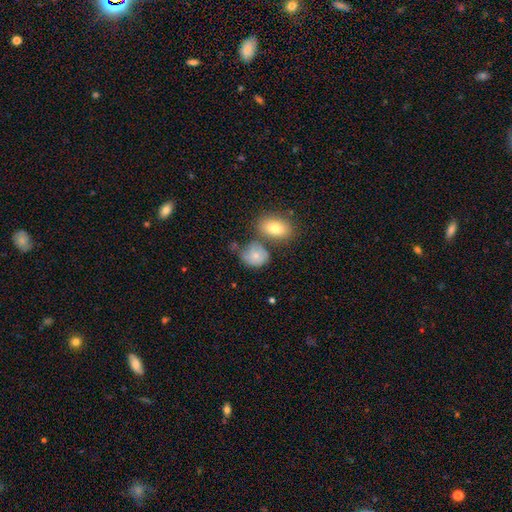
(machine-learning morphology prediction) The model was most divided on "how rounded": round: 52%, in between: 46%, cigar-shaped: 1%. Remaining: smooth or featured — smooth (67%); merging — none (40%).